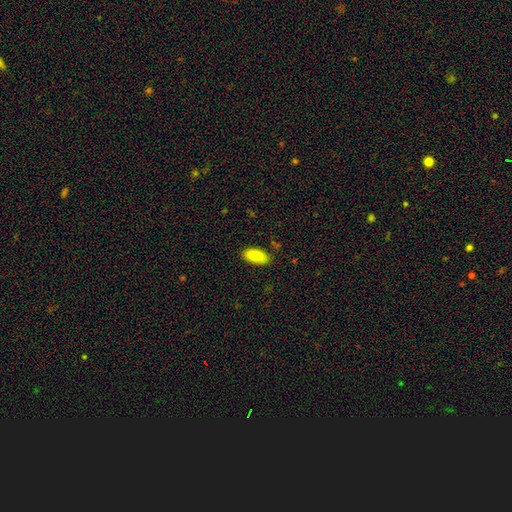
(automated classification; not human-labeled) A smooth galaxy with no disk features (90%) that is in between round and cigar-shaped (93%).

Vote fractions:
- Smooth or featured? smooth: 90% / star or artifact: 7% / featured or disk: 4%
- How rounded? in between: 93% / cigar-shaped: 5% / round: 2%
- Merging? none: 86% / minor disturbance: 10% / major disturbance: 3% / merger: 1%